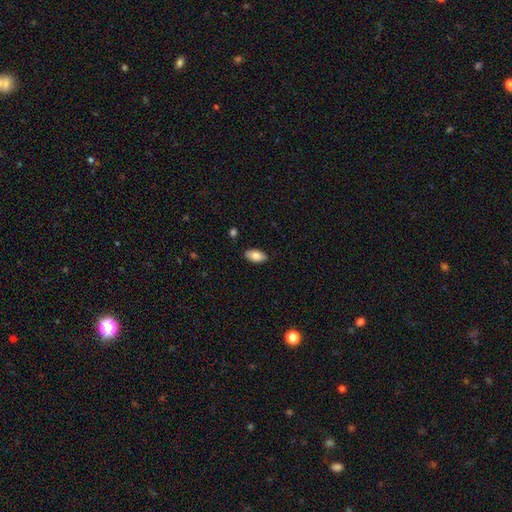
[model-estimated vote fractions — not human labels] smooth_or_featured: smooth (p=0.84) [alt: featured or disk p=0.09]
how_rounded: in between (p=0.94) [alt: cigar-shaped p=0.03]
merging: none (p=0.86) [alt: minor disturbance p=0.11]